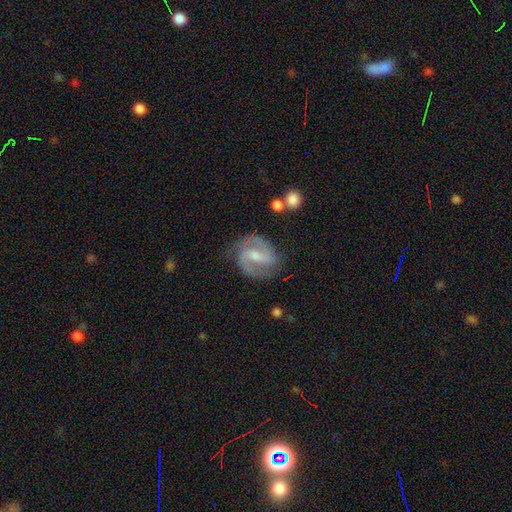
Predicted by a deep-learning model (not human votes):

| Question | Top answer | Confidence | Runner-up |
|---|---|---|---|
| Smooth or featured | featured or disk | 85% | smooth (9%) |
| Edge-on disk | no | 97% | yes (3%) |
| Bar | weak | 44% | strong (43%) |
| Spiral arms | yes | 95% | no (5%) |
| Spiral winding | medium | 54% | tight (31%) |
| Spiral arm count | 2 | 90% | can't tell (4%) |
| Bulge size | moderate | 48% | small (42%) |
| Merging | none | 79% | minor disturbance (14%) |